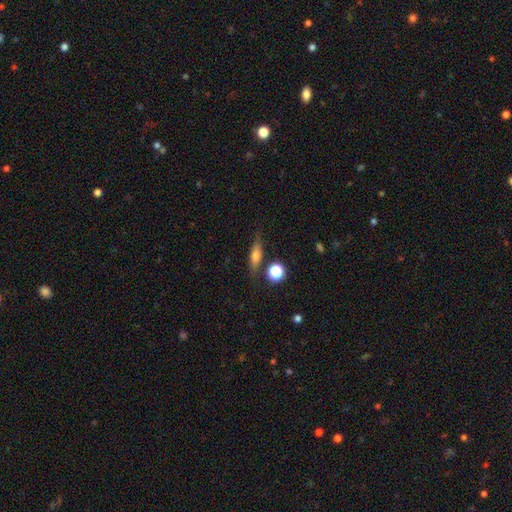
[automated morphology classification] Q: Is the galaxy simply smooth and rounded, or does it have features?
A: smooth — 57%.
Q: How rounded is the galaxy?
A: cigar-shaped — 53%.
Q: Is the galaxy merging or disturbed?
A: none — 75%.